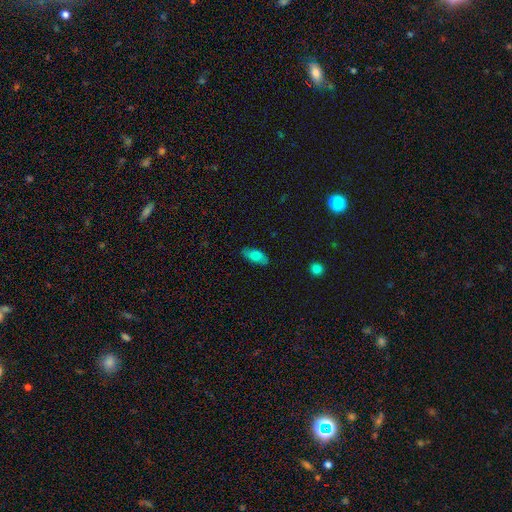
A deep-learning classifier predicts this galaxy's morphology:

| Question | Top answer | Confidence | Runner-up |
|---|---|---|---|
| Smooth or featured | smooth | 74% | featured or disk (19%) |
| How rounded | in between | 86% | cigar-shaped (11%) |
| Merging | none | 84% | minor disturbance (13%) |